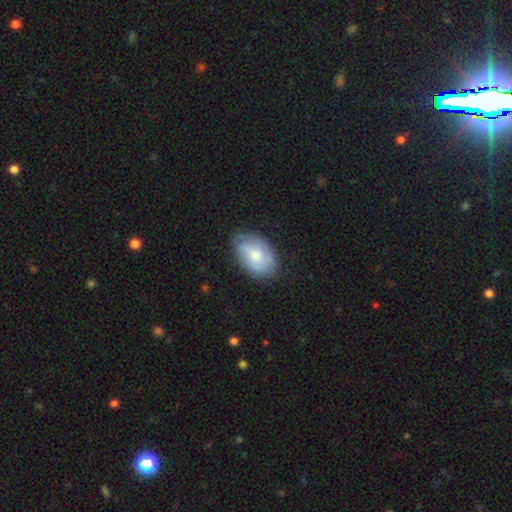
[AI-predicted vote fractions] The model was most divided on "smooth or featured": smooth: 62%, featured or disk: 31%, star or artifact: 6%. More confident: how rounded — in between (88%); merging — none (71%).